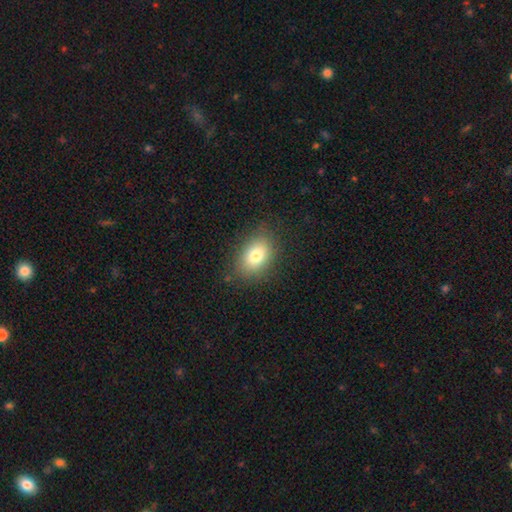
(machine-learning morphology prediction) A smooth galaxy with no disk features (78%) that is in between round and cigar-shaped (78%).

Vote fractions:
- Smooth or featured? smooth: 78% / featured or disk: 12% / star or artifact: 10%
- How rounded? in between: 78% / round: 20% / cigar-shaped: 1%
- Merging? none: 82% / minor disturbance: 13% / major disturbance: 4% / merger: 1%